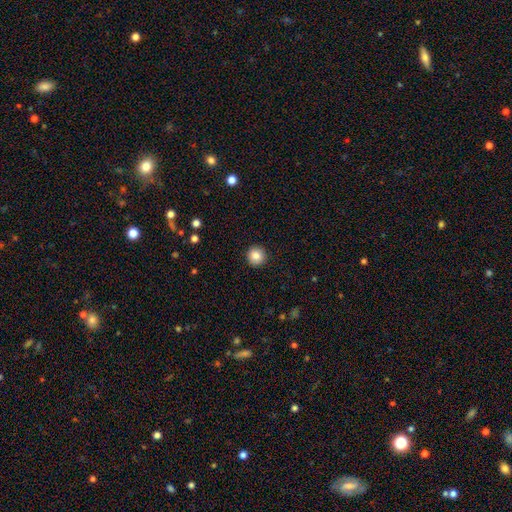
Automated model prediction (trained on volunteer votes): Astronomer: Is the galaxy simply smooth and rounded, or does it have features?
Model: smooth — 84%.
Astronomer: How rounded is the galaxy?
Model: round — 95%.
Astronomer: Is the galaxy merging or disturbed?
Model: none — 93%.